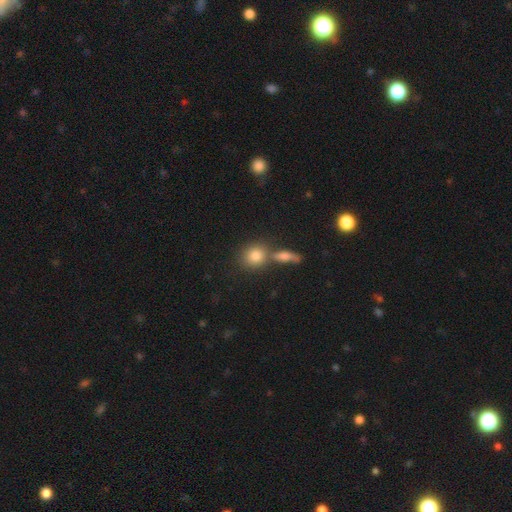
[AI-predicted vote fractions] The model was most divided on "merging": none: 54%, merger: 32%, minor disturbance: 9%, major disturbance: 4%. More confident: smooth or featured — smooth (81%); how rounded — round (68%).